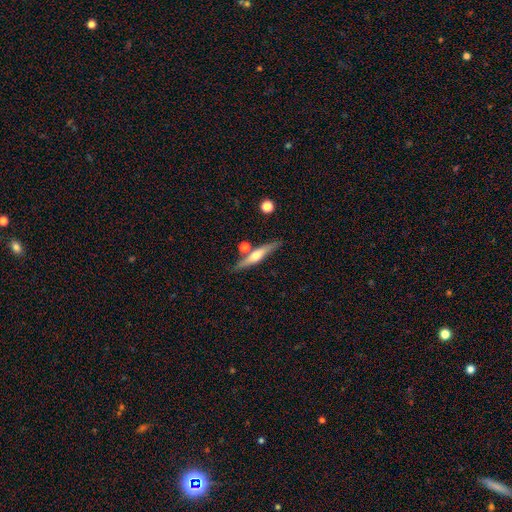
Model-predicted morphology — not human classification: Smooth or featured?
  - featured or disk: 59% *
  - smooth: 34%
  - star or artifact: 6%
Edge-on disk?
  - yes: 94% *
  - no: 6%
Edge-on bulge?
  - rounded: 90% *
  - none: 6%
  - boxy: 4%
Merging?
  - none: 75% *
  - minor disturbance: 11%
  - merger: 11%
  - major disturbance: 3%